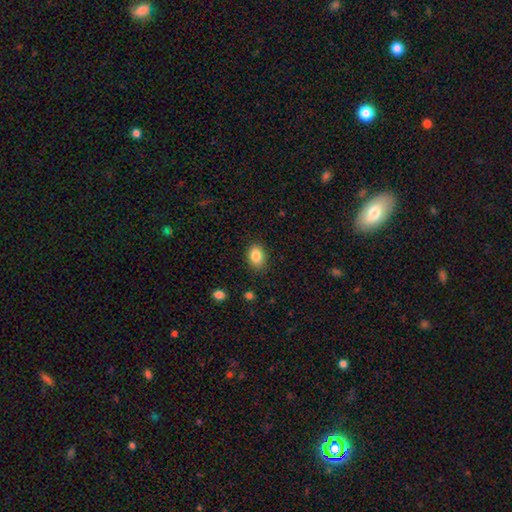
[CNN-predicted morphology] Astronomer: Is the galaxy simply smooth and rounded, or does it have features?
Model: smooth — 85%.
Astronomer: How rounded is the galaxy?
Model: in between — 76%.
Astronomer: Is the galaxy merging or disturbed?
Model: none — 86%.